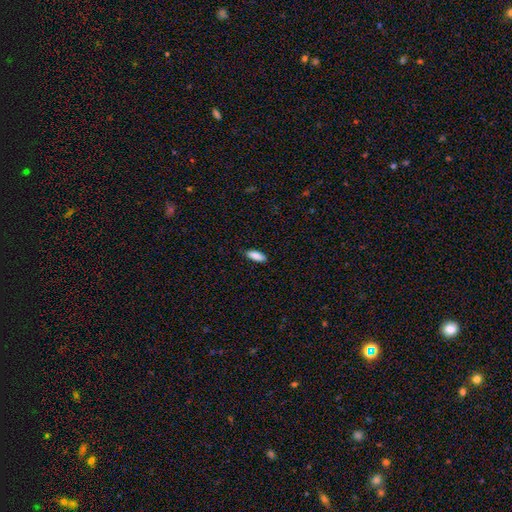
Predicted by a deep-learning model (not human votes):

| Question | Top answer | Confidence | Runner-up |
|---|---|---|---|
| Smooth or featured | smooth | 87% | star or artifact (7%) |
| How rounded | in between | 77% | cigar-shaped (21%) |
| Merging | none | 85% | minor disturbance (12%) |